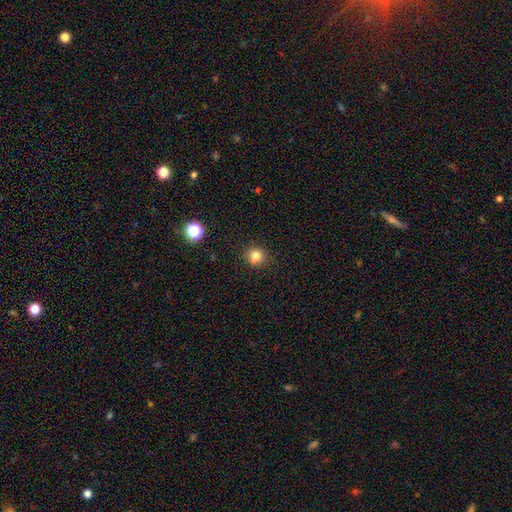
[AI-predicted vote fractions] smooth_or_featured: smooth (p=0.78) [alt: star or artifact p=0.14]
how_rounded: round (p=0.89) [alt: in between p=0.10]
merging: none (p=0.74) [alt: merger p=0.12]